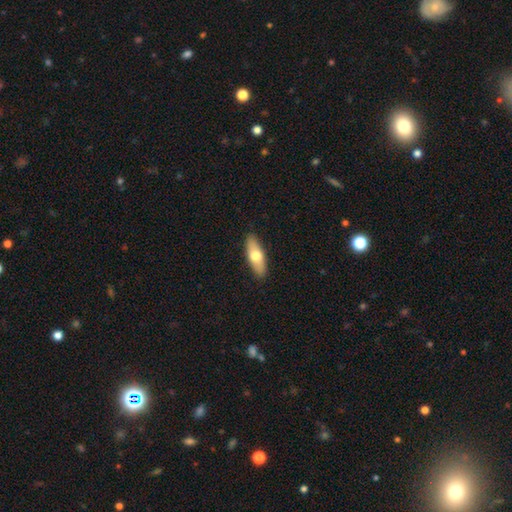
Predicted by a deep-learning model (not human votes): Q: Smooth or featured?
A: smooth (64%); runner-up: featured or disk (31%)
Q: How rounded?
A: in between (65%); runner-up: cigar-shaped (33%)
Q: Merging?
A: none (89%); runner-up: minor disturbance (8%)